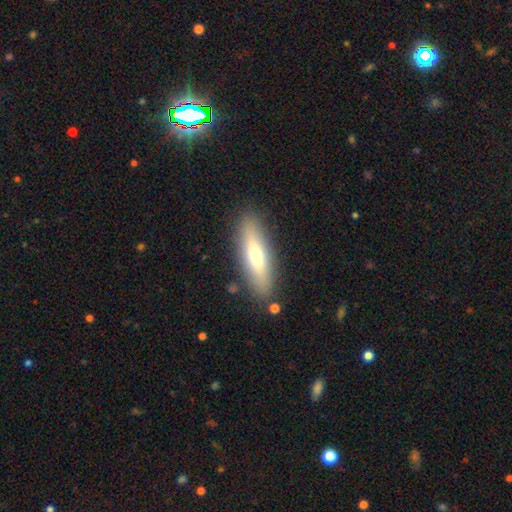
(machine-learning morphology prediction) smooth 60%, featured or disk 34%, star or artifact 6%. Down the decision tree: how rounded — cigar-shaped (62%); merging — none (85%).